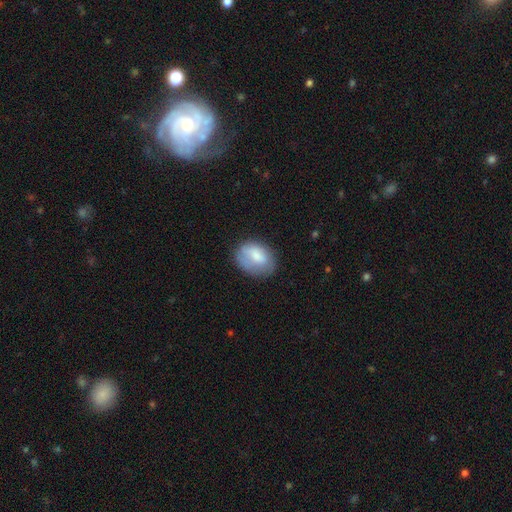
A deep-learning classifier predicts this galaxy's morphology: type=smooth (71%); roundness=in between (69%); merging=none (62%).